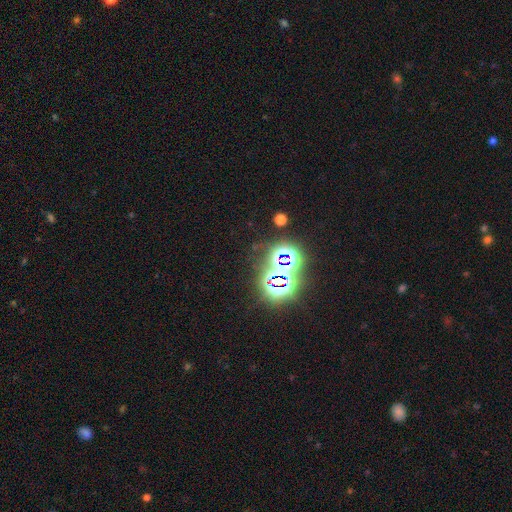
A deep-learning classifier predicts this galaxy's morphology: Q: Smooth or featured?
A: star or artifact (72%); runner-up: smooth (18%)